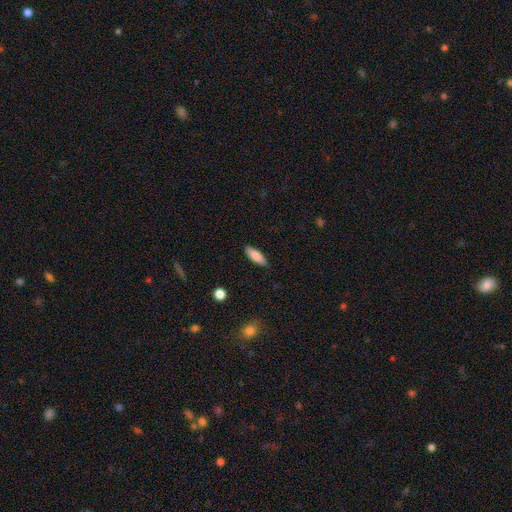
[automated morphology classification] type=smooth (84%); roundness=in between (62%); merging=none (84%).